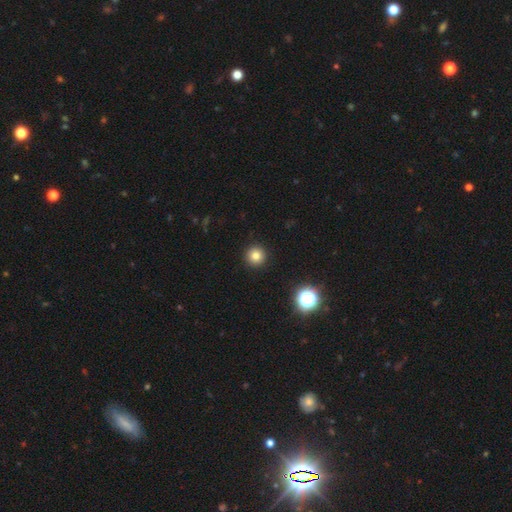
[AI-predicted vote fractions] This appears to be a smooth galaxy with no disk features (80%) that is round (96%). Merging: none (93%).